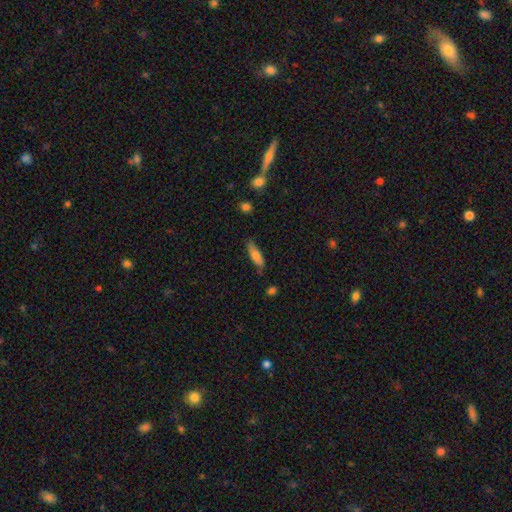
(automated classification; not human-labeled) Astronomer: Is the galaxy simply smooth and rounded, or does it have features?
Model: smooth — 73%.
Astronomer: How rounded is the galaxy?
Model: cigar-shaped — 63%.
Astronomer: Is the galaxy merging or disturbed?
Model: none — 73%.